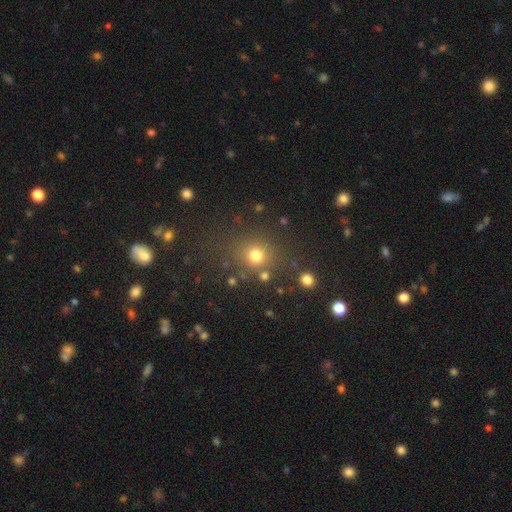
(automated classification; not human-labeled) smooth 74%, star or artifact 18%, featured or disk 7%. Down the decision tree: how rounded — round (85%); merging — none (76%).